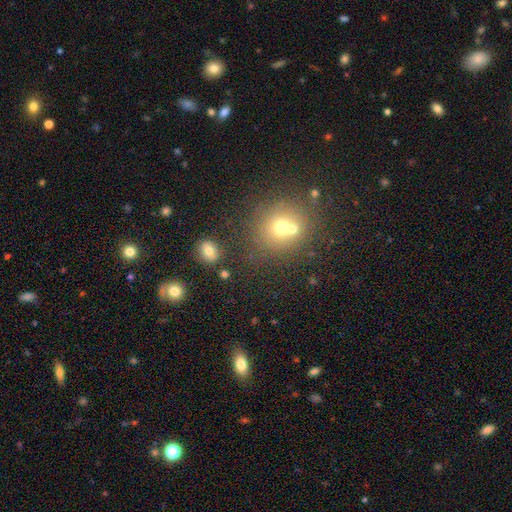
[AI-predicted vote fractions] Morphology: type=smooth (57%); roundness=round (75%); merging=none (79%).